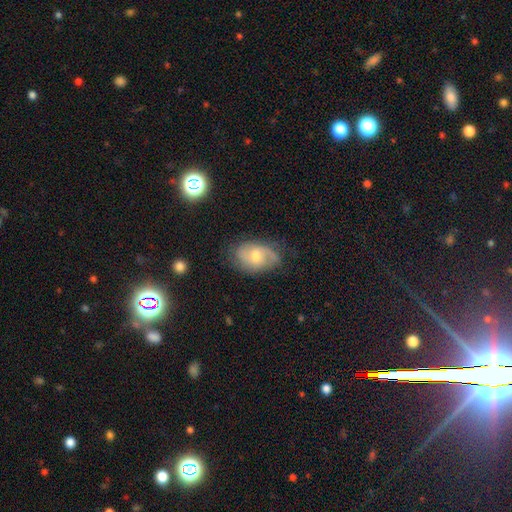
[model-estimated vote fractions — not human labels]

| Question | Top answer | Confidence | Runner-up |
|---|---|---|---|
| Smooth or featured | featured or disk | 61% | smooth (31%) |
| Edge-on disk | no | 95% | yes (5%) |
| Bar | no | 63% | weak (32%) |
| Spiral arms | yes | 84% | no (16%) |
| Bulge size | moderate | 64% | small (30%) |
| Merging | none | 67% | minor disturbance (23%) |